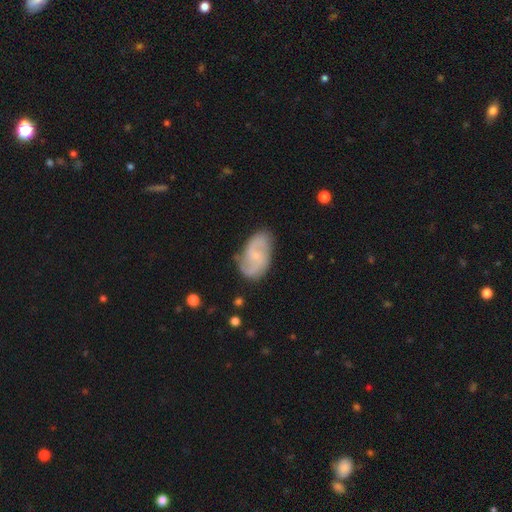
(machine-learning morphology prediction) smooth-or-featured: featured or disk: 77% | smooth: 17% | star or artifact: 6%
  disk-edge-on: no: 97% | yes: 3%
    bar: no: 54% | weak: 39% | strong: 7%
    has-spiral-arms: yes: 94% | no: 6%
      spiral-winding: medium: 47% | loose: 32% | tight: 22%
      spiral-arm-count: 2: 84% | can't tell: 8% | 3: 4% | 1: 2% | 4: 1% | more than 4: 1%
    bulge-size: small: 73% | moderate: 17% | none: 8% | large: 1% | dominant: 1%
  merging: none: 76% | minor disturbance: 18% | major disturbance: 5% | merger: 2%